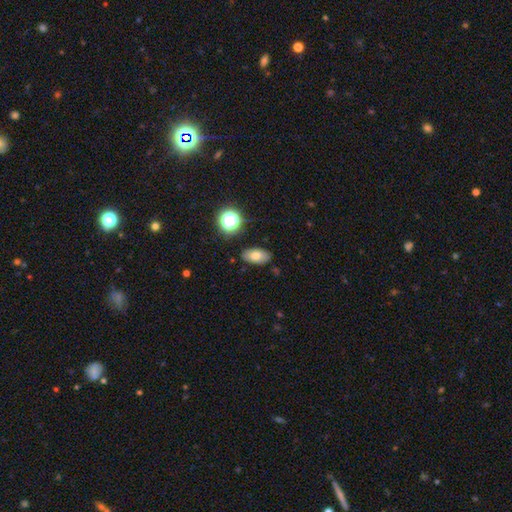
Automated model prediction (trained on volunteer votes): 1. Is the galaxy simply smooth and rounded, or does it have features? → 74% smooth, 14% featured or disk, 12% star or artifact.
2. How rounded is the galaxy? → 89% in between, 7% round, 3% cigar-shaped.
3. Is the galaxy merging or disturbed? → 83% none, 11% minor disturbance, 3% major disturbance, 2% merger.